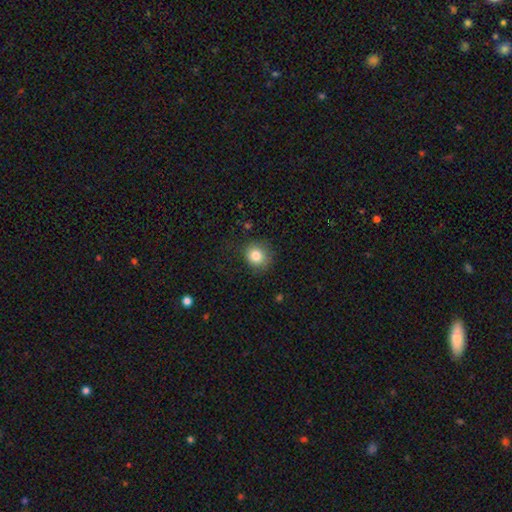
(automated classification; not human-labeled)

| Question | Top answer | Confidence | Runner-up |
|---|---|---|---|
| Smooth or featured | smooth | 82% | star or artifact (11%) |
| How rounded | round | 84% | in between (15%) |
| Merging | none | 79% | minor disturbance (15%) |